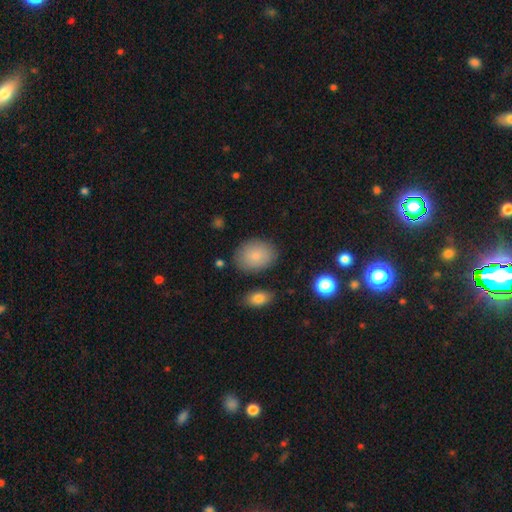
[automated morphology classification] smooth 85%, featured or disk 8%, star or artifact 7%. Down the decision tree: how rounded — in between (75%); merging — none (81%).